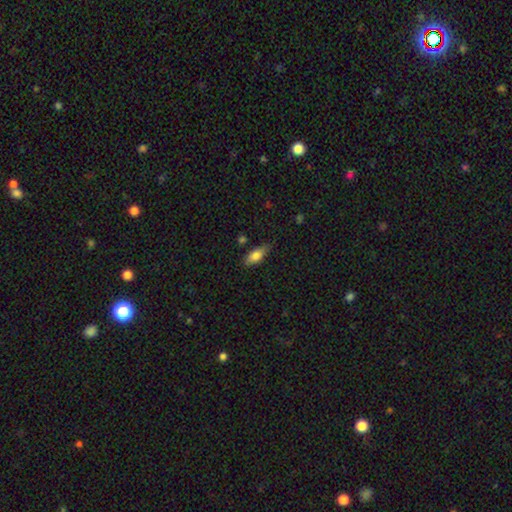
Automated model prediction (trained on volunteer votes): smooth 75%, featured or disk 18%, star or artifact 7%. Down the decision tree: how rounded — in between (75%); merging — none (71%).